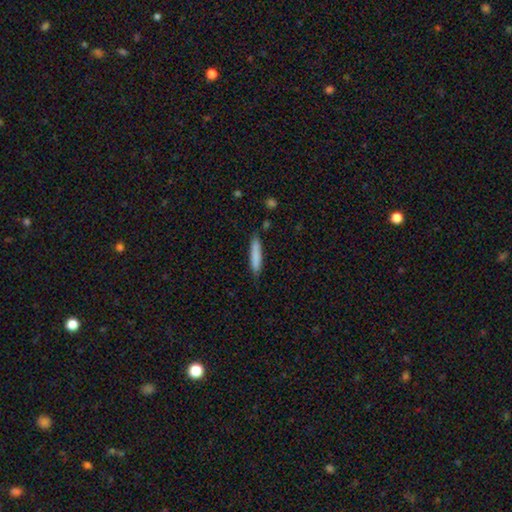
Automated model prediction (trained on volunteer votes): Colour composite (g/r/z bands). It shows a smooth galaxy with no disk features (82%) that is cigar-shaped (89%). Merging: none (82%).